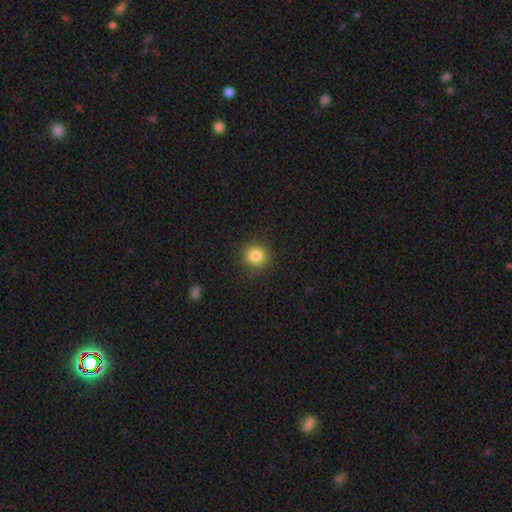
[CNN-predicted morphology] This appears to be a smooth galaxy with no disk features (84%) that is round (89%). Merging: none (88%).